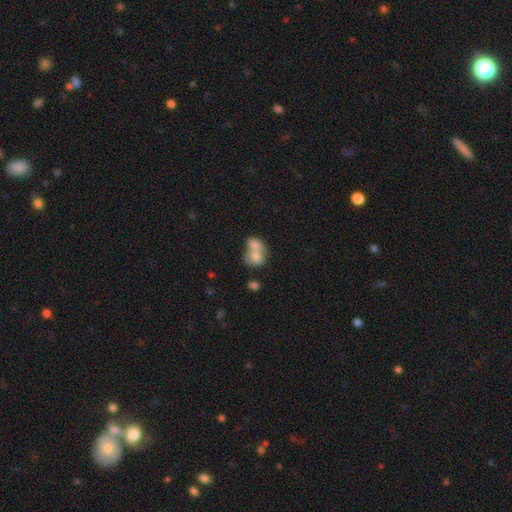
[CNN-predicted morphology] smooth-or-featured: smooth: 70% | featured or disk: 22% | star or artifact: 8%
  how-rounded: in between: 54% | round: 45% | cigar-shaped: 1%
  merging: merger: 72% | none: 17% | minor disturbance: 7% | major disturbance: 4%